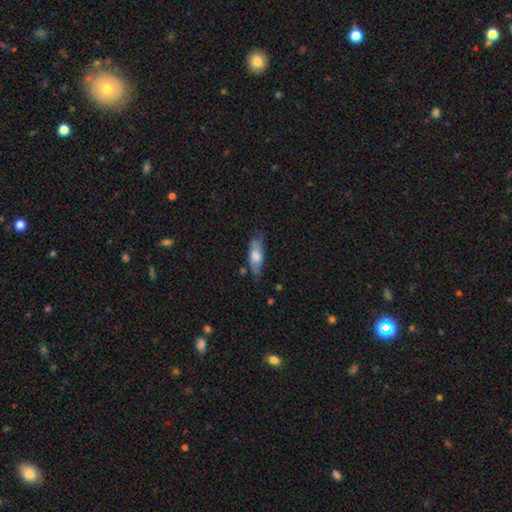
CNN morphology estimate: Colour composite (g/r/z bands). It shows a smooth galaxy with no disk features (63%) that is in between round and cigar-shaped (64%). Merging: none (66%).